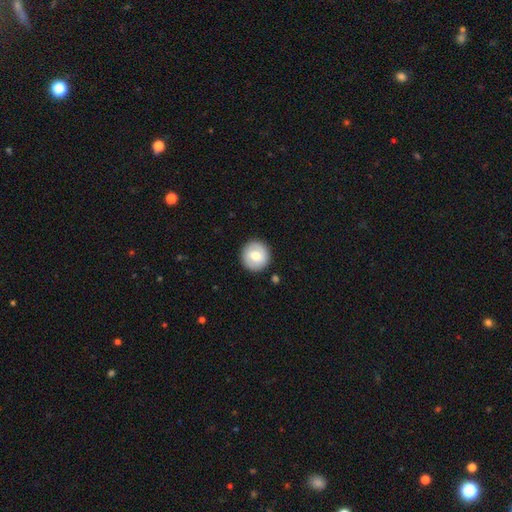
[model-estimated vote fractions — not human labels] A smooth galaxy with no disk features (67%) that is round (94%). Merging: none (90%).